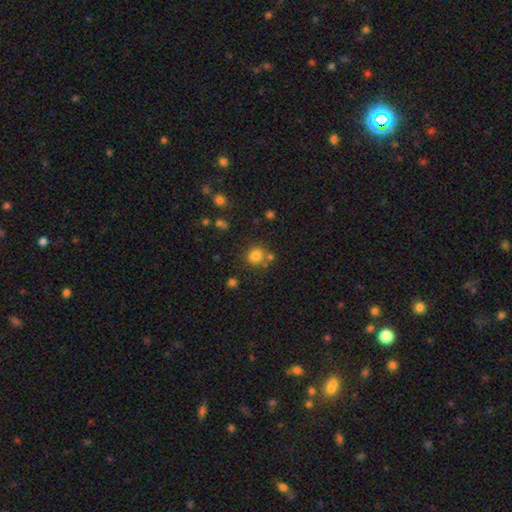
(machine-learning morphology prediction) type=smooth (80%); roundness=round (85%); merging=none (70%).